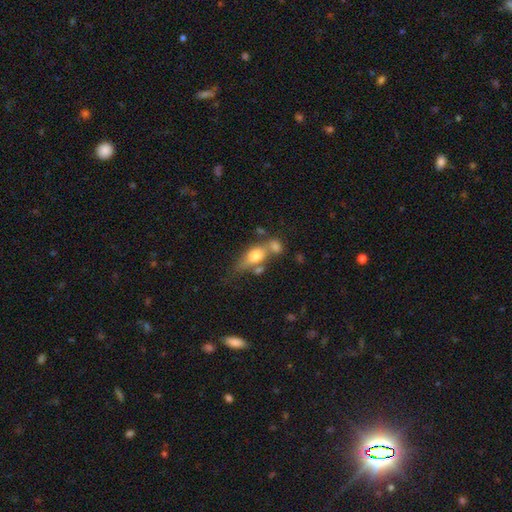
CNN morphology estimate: Q: Smooth or featured?
A: smooth (68%); runner-up: featured or disk (23%)
Q: How rounded?
A: in between (70%); runner-up: round (16%)
Q: Merging?
A: merger (38%); runner-up: none (36%)